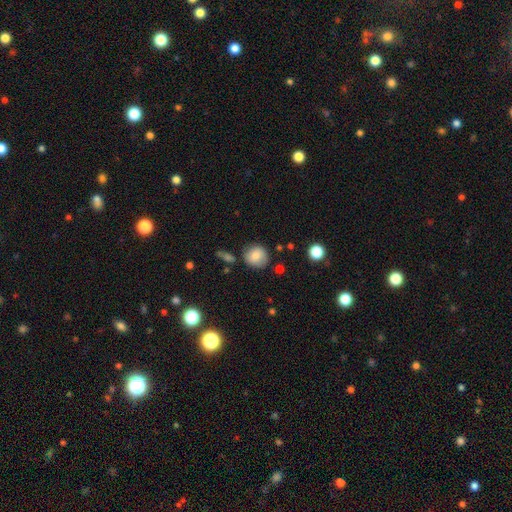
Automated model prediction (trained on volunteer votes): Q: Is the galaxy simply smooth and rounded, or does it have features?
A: smooth — 78%.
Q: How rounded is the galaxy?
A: round — 88%.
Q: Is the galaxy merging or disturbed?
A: none — 79%.